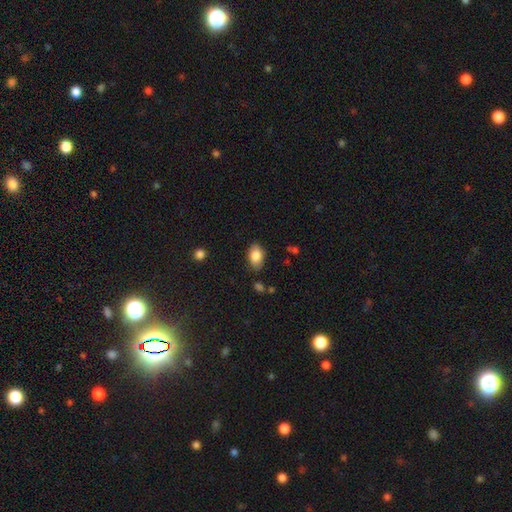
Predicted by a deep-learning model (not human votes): smooth-or-featured: smooth: 85% | featured or disk: 8% | star or artifact: 7%
  how-rounded: in between: 90% | round: 9% | cigar-shaped: 2%
  merging: none: 80% | minor disturbance: 15% | major disturbance: 3% | merger: 2%